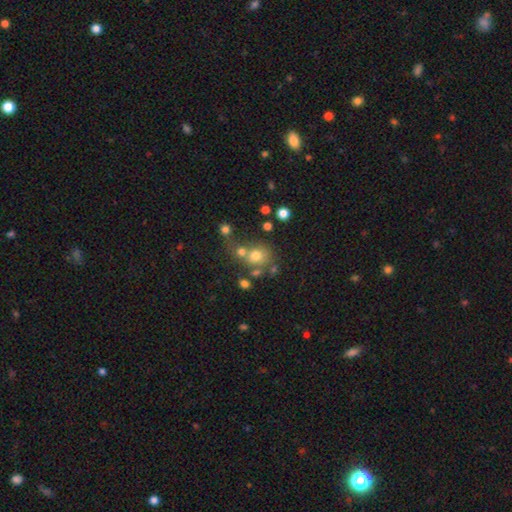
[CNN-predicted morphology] The model was most divided on "merging": none: 45%, merger: 37%, minor disturbance: 11%, major disturbance: 7%. More confident: how rounded — round (77%); smooth or featured — smooth (71%).